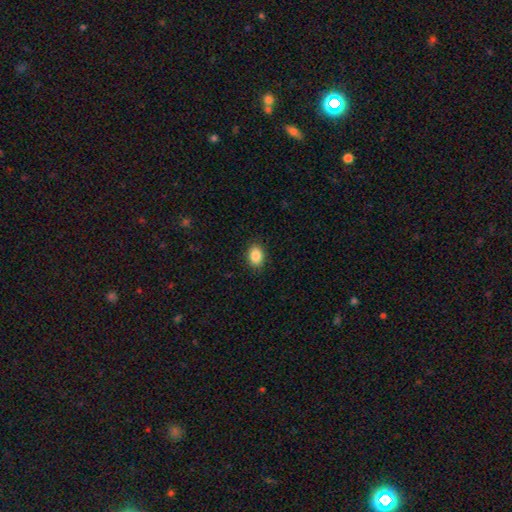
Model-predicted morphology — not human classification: smooth 87%, star or artifact 8%, featured or disk 4%. Down the decision tree: how rounded — in between (73%); merging — none (88%).